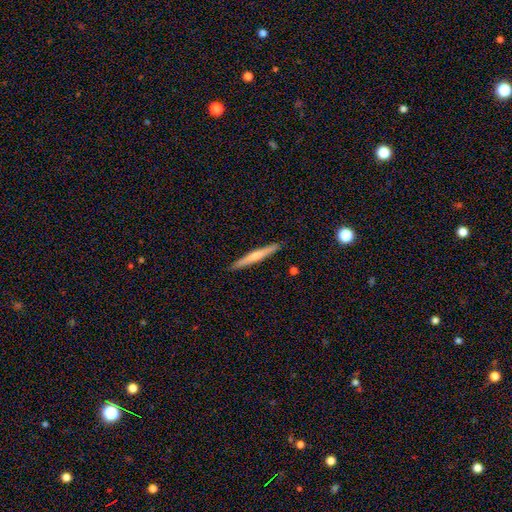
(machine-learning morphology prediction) Smooth or featured? Predicted: smooth (p=0.54). How rounded? Predicted: cigar-shaped (p=0.96). Merging? Predicted: none (p=0.91).